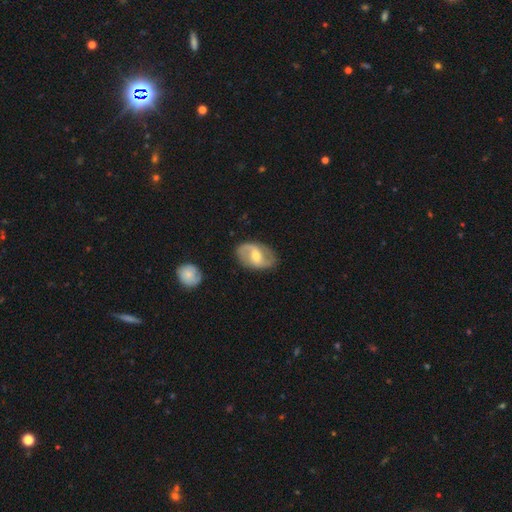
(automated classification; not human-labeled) This appears to be a featured or disk galaxy (74%) with a weak bar (50%), 2 (88%) medium (44%) spiral arms (86%) and a moderate central bulge (63%). Merging: none (80%).